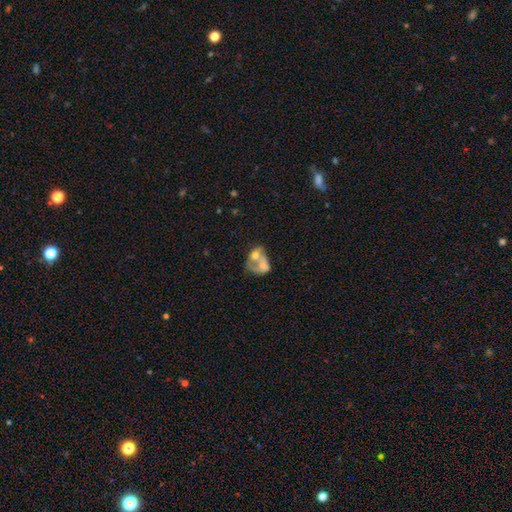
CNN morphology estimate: smooth-or-featured: featured or disk: 48% | smooth: 40% | star or artifact: 13%
  merging: merger: 67% | none: 16% | major disturbance: 10% | minor disturbance: 7%